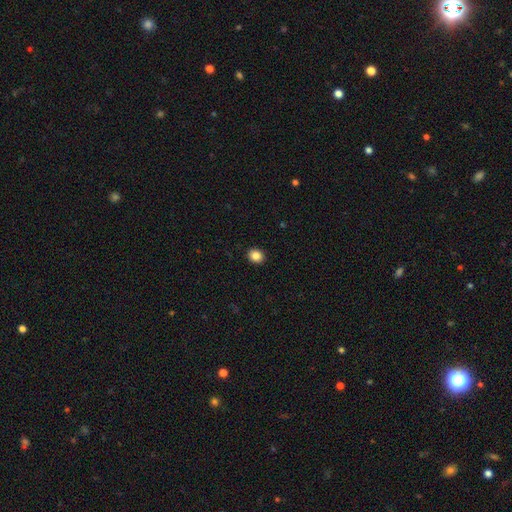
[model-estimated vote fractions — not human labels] This is clearly a smooth galaxy (86%). How rounded: likely round (69%). Merging: clearly none (92%).